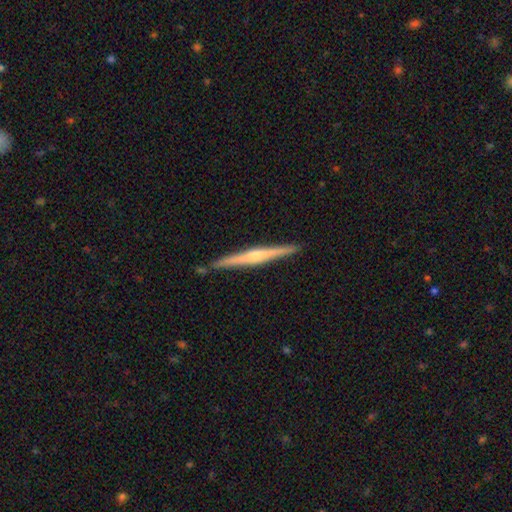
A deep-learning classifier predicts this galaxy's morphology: This appears to be a featured or disk galaxy (70%) viewed edge-on (98%) with a rounded central bulge (68%). Merging: none (89%).